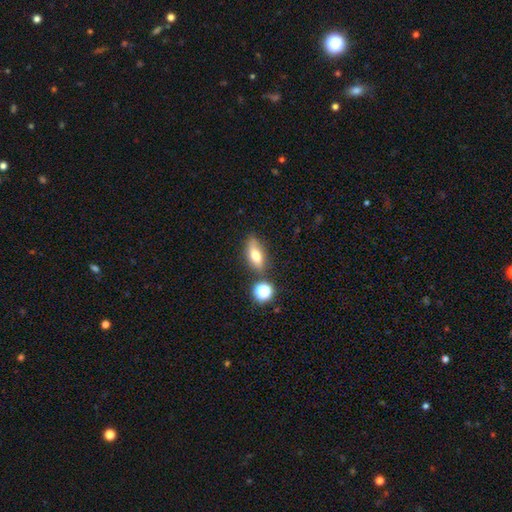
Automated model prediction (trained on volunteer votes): This is likely a smooth galaxy (65%). How rounded: likely in between (69%). Merging: likely none (70%).